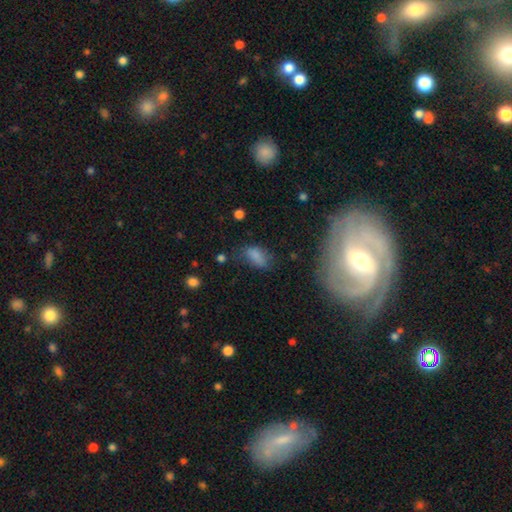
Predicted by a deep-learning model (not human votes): smooth 77%, star or artifact 13%, featured or disk 10%. Down the decision tree: how rounded — in between (88%); merging — none (53%).